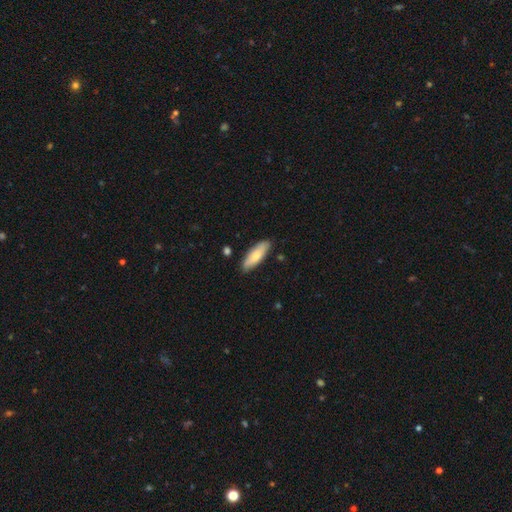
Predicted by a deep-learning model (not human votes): A smooth galaxy with no disk features (74%) that is in between round and cigar-shaped (60%). Merging: none (84%).